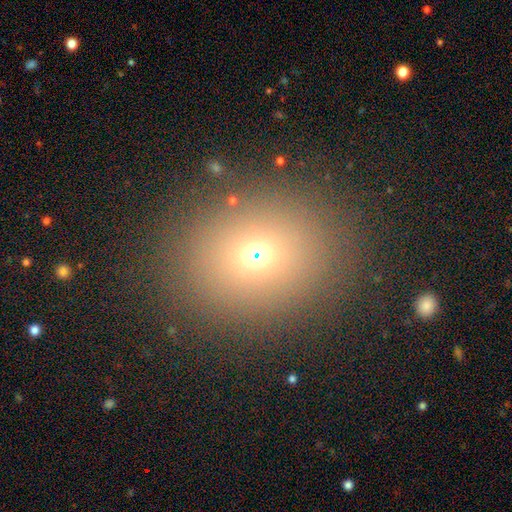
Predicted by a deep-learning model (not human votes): Smooth or featured: smooth — 67% (star or artifact — 22%)
How rounded: round — 65% (in between — 34%)
Merging: none — 83% (minor disturbance — 9%)